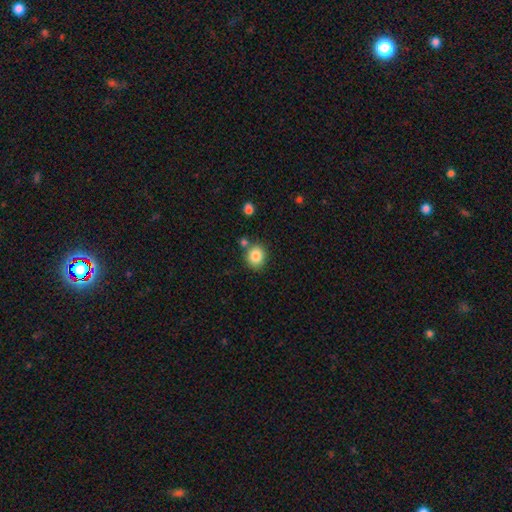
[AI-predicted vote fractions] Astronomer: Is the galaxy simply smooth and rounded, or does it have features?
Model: smooth — 85%.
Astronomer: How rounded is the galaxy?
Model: round — 71%.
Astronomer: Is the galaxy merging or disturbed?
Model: none — 74%.